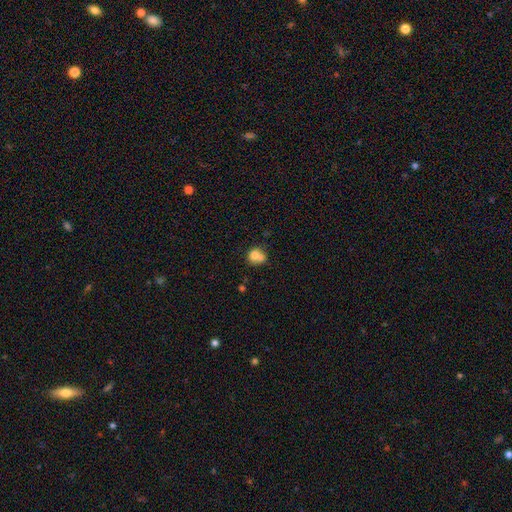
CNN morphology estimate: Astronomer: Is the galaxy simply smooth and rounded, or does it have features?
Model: smooth — 72%.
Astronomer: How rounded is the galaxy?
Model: round — 67%.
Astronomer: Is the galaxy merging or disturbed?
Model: merger — 52% (runner-up: none, 32%).